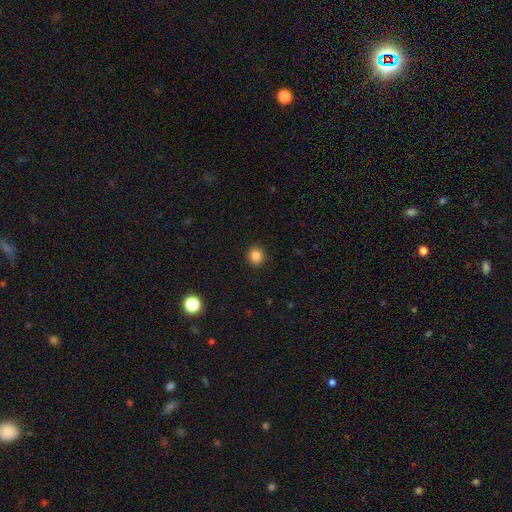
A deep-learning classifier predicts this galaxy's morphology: smooth_or_featured: smooth (p=0.86) [alt: star or artifact p=0.11]
how_rounded: round (p=0.86) [alt: in between p=0.13]
merging: none (p=0.91) [alt: minor disturbance p=0.06]